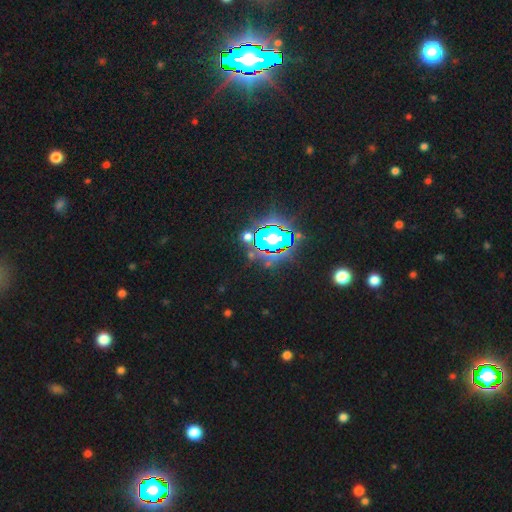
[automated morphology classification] Q: Smooth or featured?
A: star or artifact (85%); runner-up: smooth (9%)